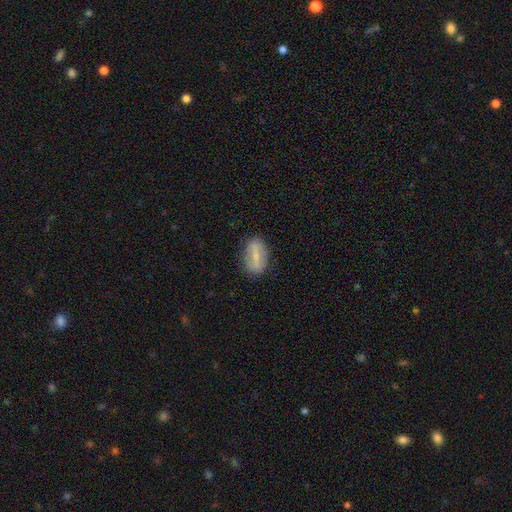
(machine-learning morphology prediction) Smooth or featured: smooth — 47% (featured or disk — 46%)
Merging: none — 83% (minor disturbance — 12%)